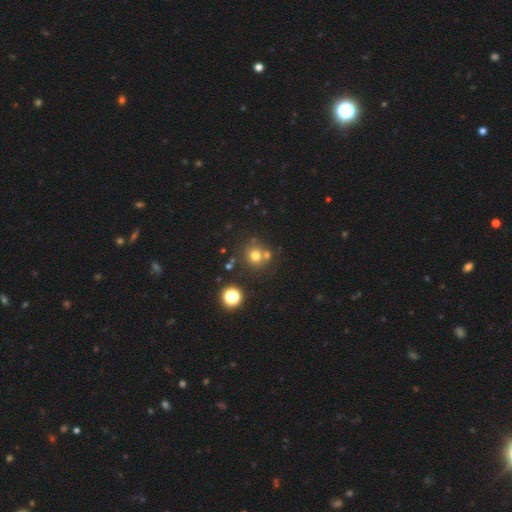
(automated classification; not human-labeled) smooth-or-featured: smooth: 70% | star or artifact: 19% | featured or disk: 10%
  how-rounded: round: 91% | in between: 8% | cigar-shaped: 1%
  merging: none: 67% | merger: 20% | minor disturbance: 9% | major disturbance: 3%